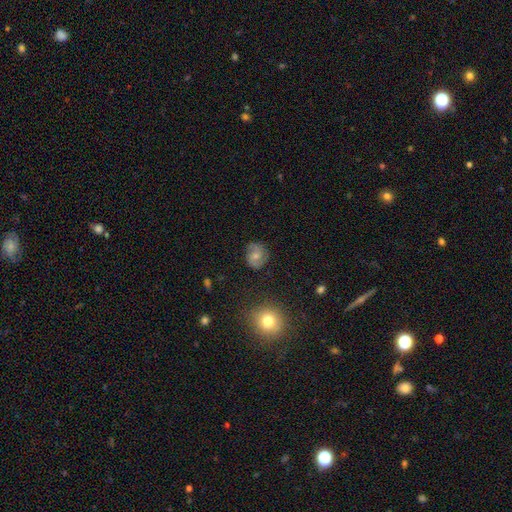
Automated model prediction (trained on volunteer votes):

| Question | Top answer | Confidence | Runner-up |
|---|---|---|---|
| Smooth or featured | smooth | 47% | featured or disk (42%) |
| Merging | none | 73% | minor disturbance (19%) |